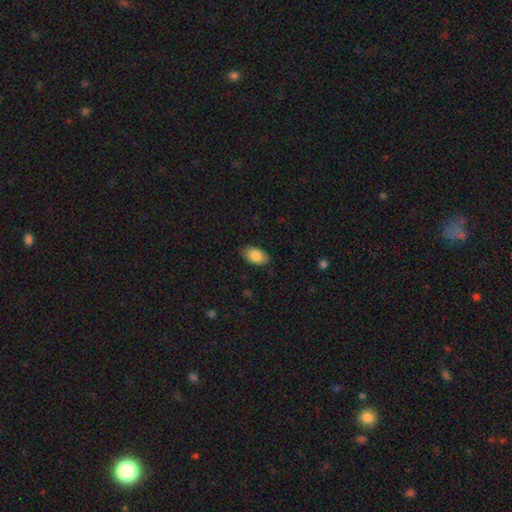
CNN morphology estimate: Smooth or featured? smooth (86%)
How rounded? in between (94%)
Merging? none (85%)